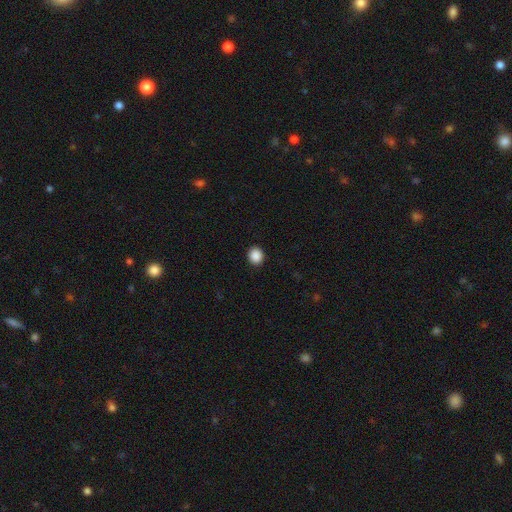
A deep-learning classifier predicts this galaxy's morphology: smooth_or_featured: smooth (p=0.89) [alt: star or artifact p=0.09]
how_rounded: round (p=0.79) [alt: in between p=0.20]
merging: none (p=0.92) [alt: minor disturbance p=0.05]